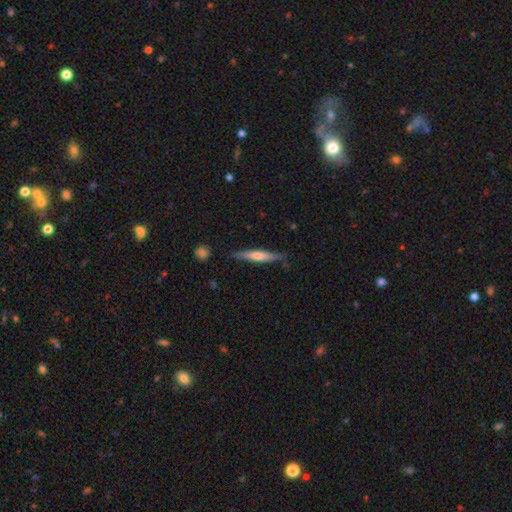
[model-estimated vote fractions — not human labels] The model was most divided on "smooth or featured": featured or disk: 61%, smooth: 33%, star or artifact: 6%. More confident: edge-on disk — yes (97%); merging — none (86%); edge-on bulge — rounded (74%).